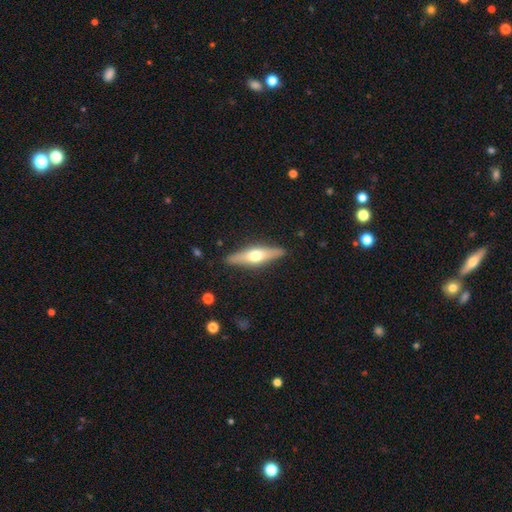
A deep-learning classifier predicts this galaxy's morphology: type=featured or disk (52%); edge-on=yes (90%); merging=none (88%).